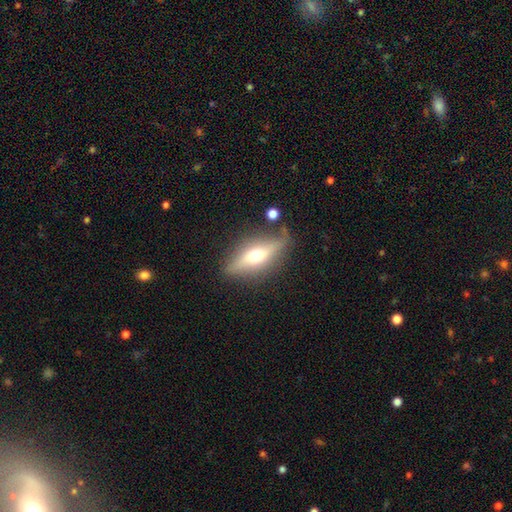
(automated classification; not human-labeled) The model was most divided on "smooth or featured": featured or disk: 60%, smooth: 33%, star or artifact: 7%. More confident: edge-on bulge — rounded (93%); edge-on disk — yes (83%); merging — none (76%).